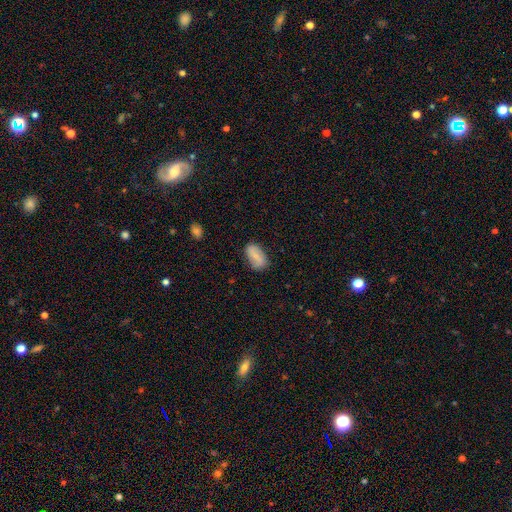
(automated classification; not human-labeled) Smooth or featured: smooth — 57% (featured or disk — 36%)
How rounded: in between — 92% (round — 5%)
Merging: none — 79% (minor disturbance — 16%)